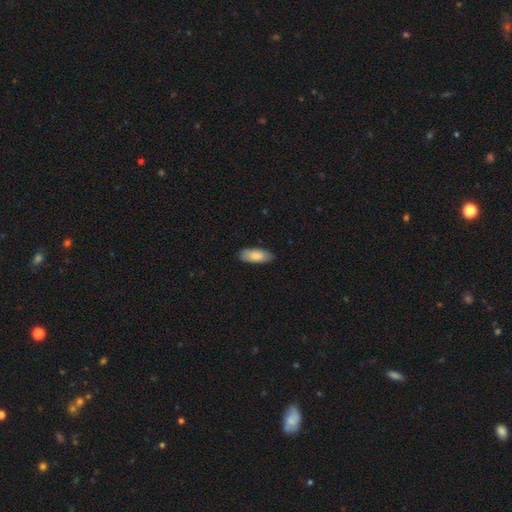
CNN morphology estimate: A smooth galaxy with no disk features (82%) that is in between round and cigar-shaped (84%). Merging: none (84%).